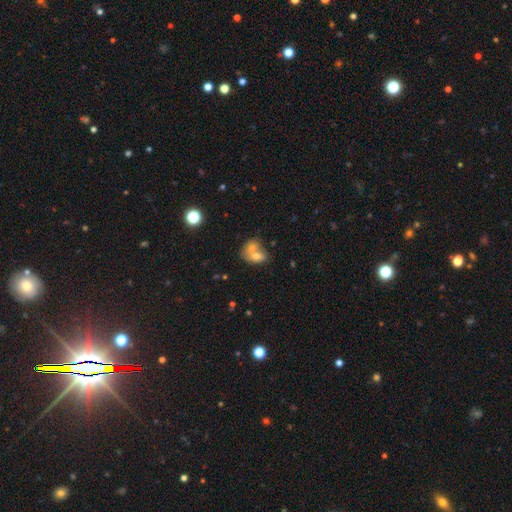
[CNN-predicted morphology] Smooth or featured: smooth — 68% (featured or disk — 22%)
How rounded: in between — 68% (round — 31%)
Merging: merger — 69% (none — 20%)